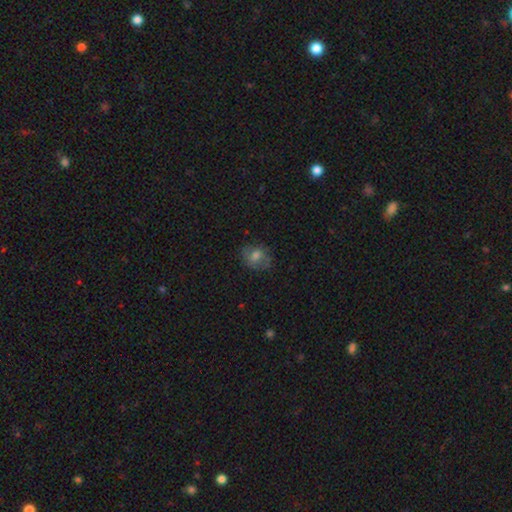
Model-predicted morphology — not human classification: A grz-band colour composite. It shows a smooth galaxy with no disk features (67%) that is round (51%). Merging: none (73%).